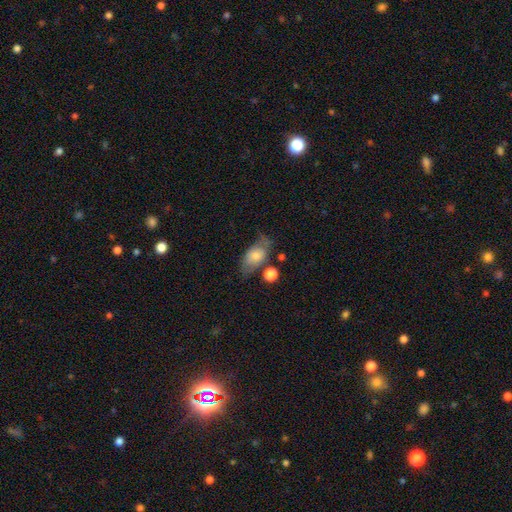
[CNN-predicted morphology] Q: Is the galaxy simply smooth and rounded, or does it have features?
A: smooth — 60%.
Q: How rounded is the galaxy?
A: in between — 82%.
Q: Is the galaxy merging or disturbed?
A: none — 50%.